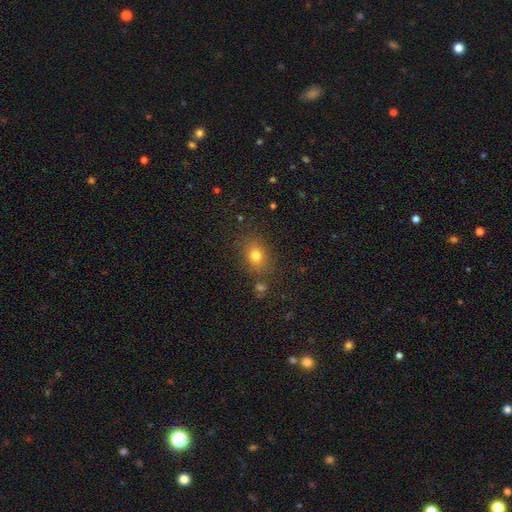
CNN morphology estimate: Overall: smooth (75%). How rounded: round (50%; in between 49%). Merging: none (79%).